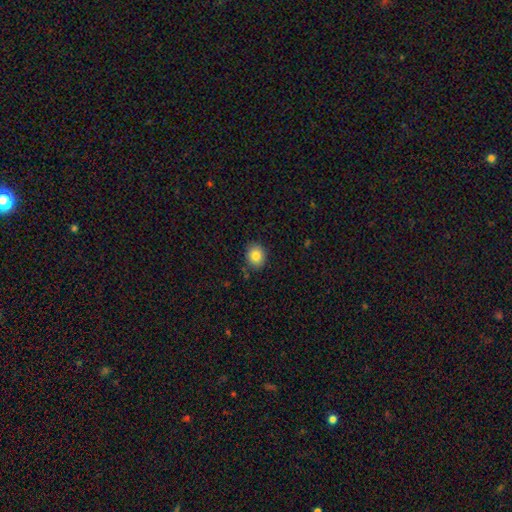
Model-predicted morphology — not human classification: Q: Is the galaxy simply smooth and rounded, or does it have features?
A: smooth — 84%.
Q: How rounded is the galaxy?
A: round — 73%.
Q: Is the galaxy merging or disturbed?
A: none — 88%.